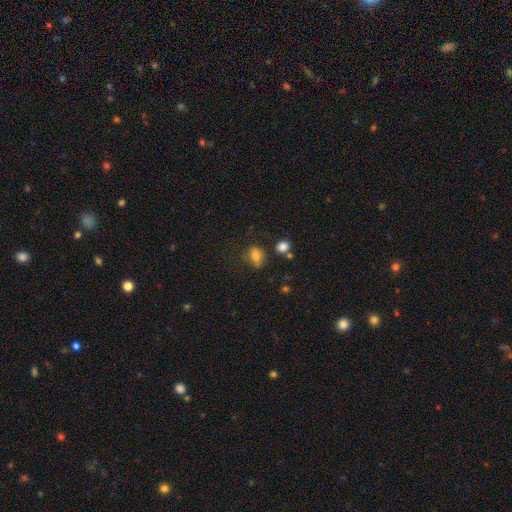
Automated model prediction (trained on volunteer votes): A smooth galaxy with no disk features (79%) that is in between round and cigar-shaped (75%).

Vote fractions:
- Smooth or featured? smooth: 79% / star or artifact: 13% / featured or disk: 9%
- How rounded? in between: 75% / round: 22% / cigar-shaped: 3%
- Merging? none: 55% / minor disturbance: 26% / major disturbance: 12% / merger: 6%